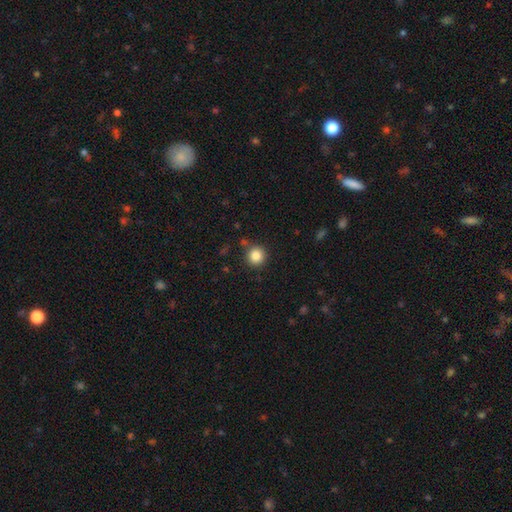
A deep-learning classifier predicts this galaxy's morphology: Smooth or featured?
  - smooth: 85% *
  - star or artifact: 11%
  - featured or disk: 5%
How rounded?
  - round: 94% *
  - in between: 5%
  - cigar-shaped: 1%
Merging?
  - none: 86% *
  - minor disturbance: 8%
  - merger: 3%
  - major disturbance: 2%